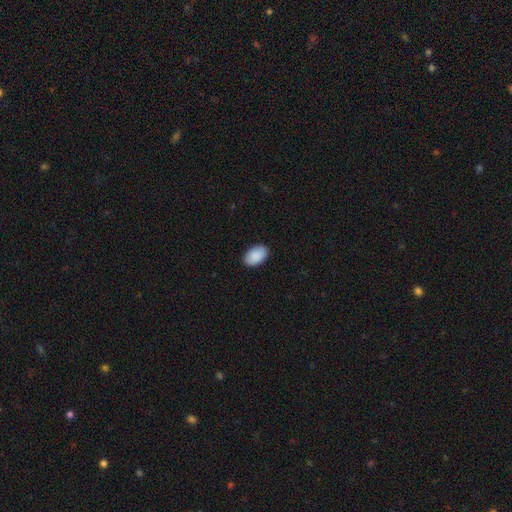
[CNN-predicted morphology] Overall: smooth (91%). How rounded: in between (93%). Merging: none (90%).